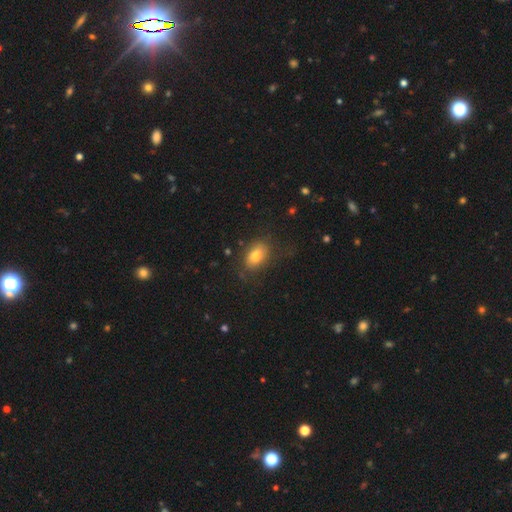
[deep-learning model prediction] Morphology: type=smooth (77%); roundness=in between (83%); merging=none (72%).